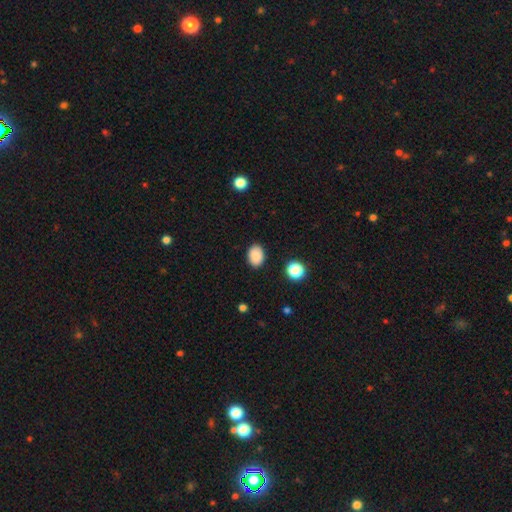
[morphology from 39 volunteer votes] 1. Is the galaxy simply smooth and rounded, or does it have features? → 90% smooth, 8% star or artifact, 3% featured or disk.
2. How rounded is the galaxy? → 86% in between, 14% round, 0% cigar-shaped.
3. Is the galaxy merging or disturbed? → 94% none, 3% major disturbance, 3% merger, 0% minor disturbance.